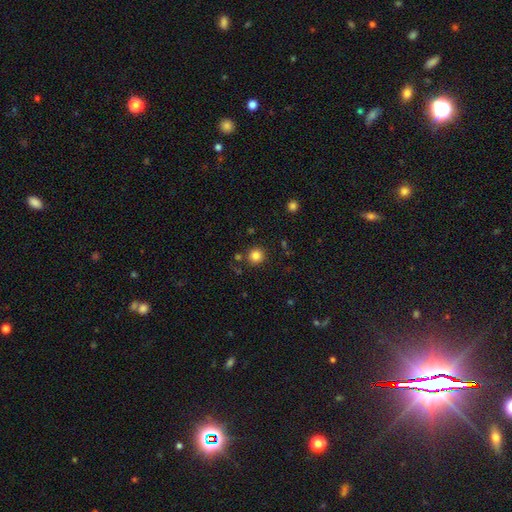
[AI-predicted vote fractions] Morphology: type=smooth (83%); roundness=round (93%); merging=none (86%).